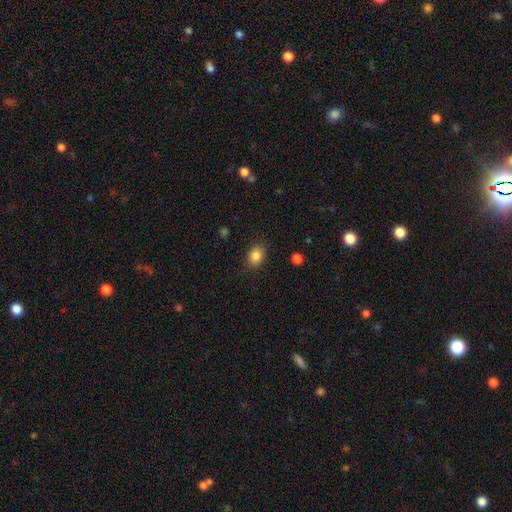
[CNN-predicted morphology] Smooth or featured? smooth (85%)
How rounded? in between (58%)
Merging? none (84%)